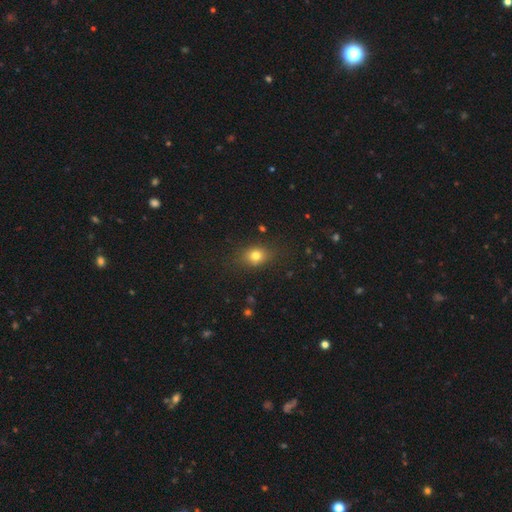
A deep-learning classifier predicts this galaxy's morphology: type=smooth (78%); roundness=in between (51%); merging=none (83%).